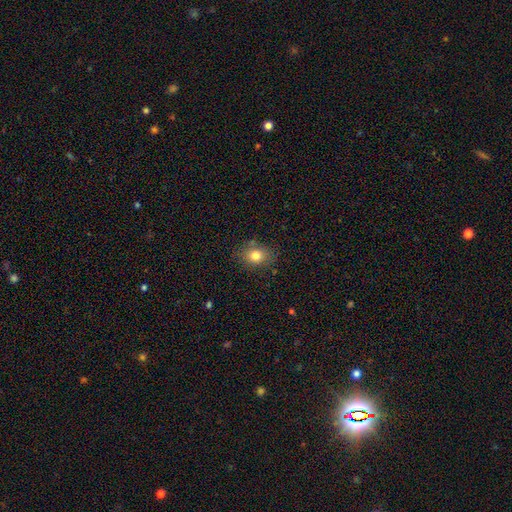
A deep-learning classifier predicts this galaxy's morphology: Smooth or featured?
  - smooth: 79% *
  - star or artifact: 11%
  - featured or disk: 9%
How rounded?
  - in between: 50% *
  - round: 49%
  - cigar-shaped: 1%
Merging?
  - none: 81% *
  - minor disturbance: 13%
  - major disturbance: 3%
  - merger: 2%